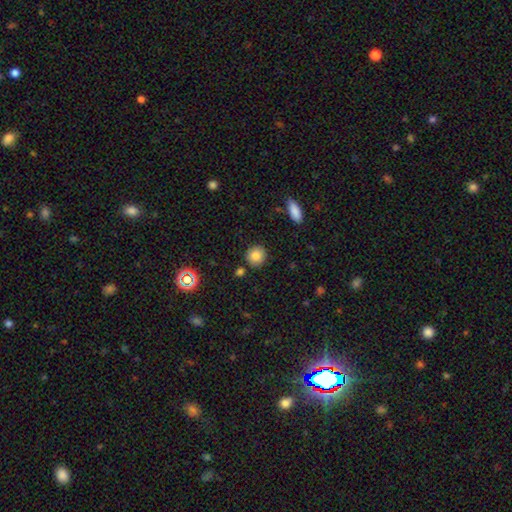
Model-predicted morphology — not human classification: Overall: smooth (84%). How rounded: round (88%). Merging: none (86%).